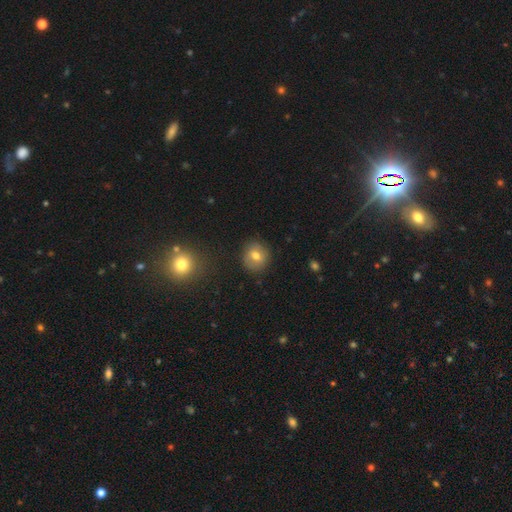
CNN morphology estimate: smooth 66%, featured or disk 22%, star or artifact 11%. Down the decision tree: how rounded — round (82%); merging — none (84%).